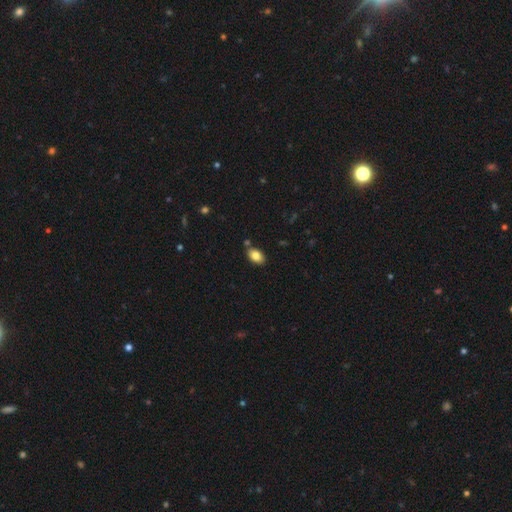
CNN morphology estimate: smooth-or-featured: smooth: 83% | featured or disk: 9% | star or artifact: 8%
  how-rounded: in between: 89% | round: 10% | cigar-shaped: 1%
  merging: none: 79% | minor disturbance: 12% | merger: 7% | major disturbance: 2%